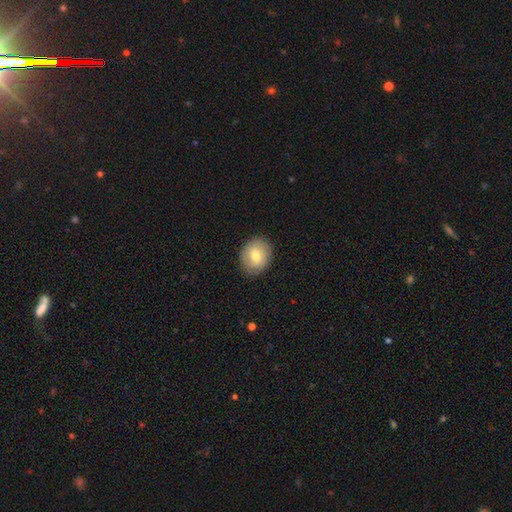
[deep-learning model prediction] A smooth galaxy with no disk features (65%) that is round (55%). Merging: none (85%).